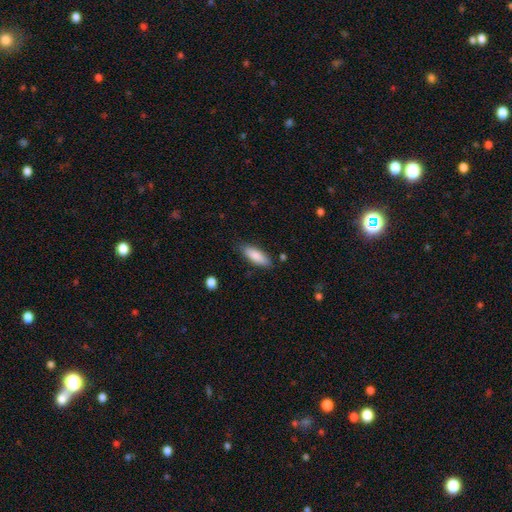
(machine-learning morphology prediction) A smooth galaxy with no disk features (85%) that is in between round and cigar-shaped (63%).

Vote fractions:
- Smooth or featured? smooth: 85% / featured or disk: 9% / star or artifact: 6%
- How rounded? in between: 63% / cigar-shaped: 35% / round: 2%
- Merging? none: 82% / minor disturbance: 13% / major disturbance: 3% / merger: 2%